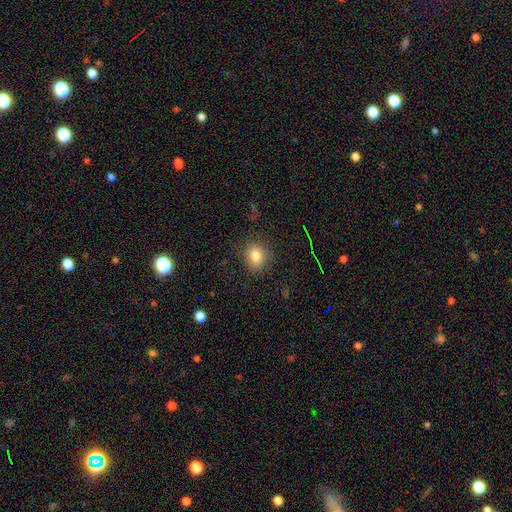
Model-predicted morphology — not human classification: The model was most divided on "how rounded": round: 54%, in between: 45%, cigar-shaped: 1%. More confident: merging — none (81%); smooth or featured — smooth (79%).